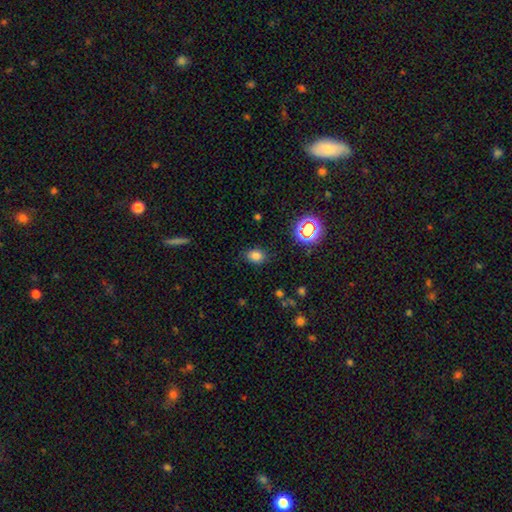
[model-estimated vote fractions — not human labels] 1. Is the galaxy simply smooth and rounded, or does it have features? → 78% smooth, 16% star or artifact, 5% featured or disk.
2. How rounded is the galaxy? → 62% in between, 37% round, 1% cigar-shaped.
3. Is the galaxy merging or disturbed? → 81% none, 13% minor disturbance, 4% major disturbance, 2% merger.